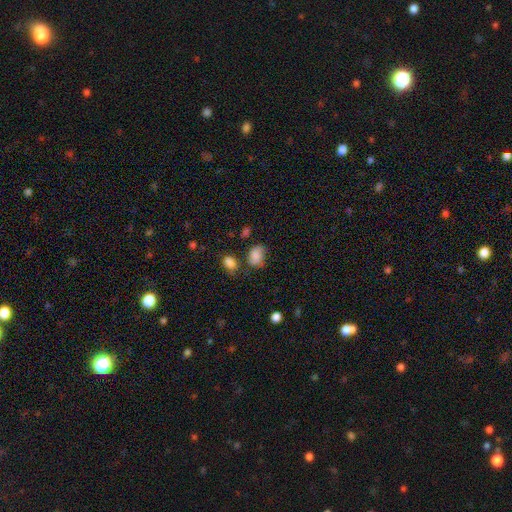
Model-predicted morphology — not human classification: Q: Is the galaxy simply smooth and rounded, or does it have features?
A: smooth — 78%.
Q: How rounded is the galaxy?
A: in between — 68%.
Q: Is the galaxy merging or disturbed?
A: none — 51%.